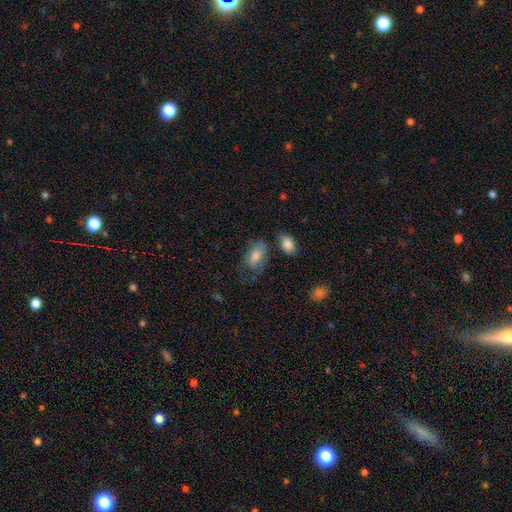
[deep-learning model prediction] smooth 76%, featured or disk 17%, star or artifact 7%. Down the decision tree: how rounded — in between (91%); merging — none (44%).